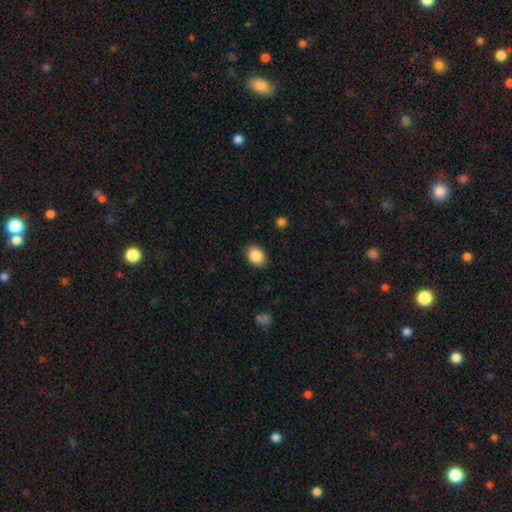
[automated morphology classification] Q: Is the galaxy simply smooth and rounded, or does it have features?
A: smooth — 87%.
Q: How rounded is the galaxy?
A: in between — 71%.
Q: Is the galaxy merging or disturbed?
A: none — 87%.